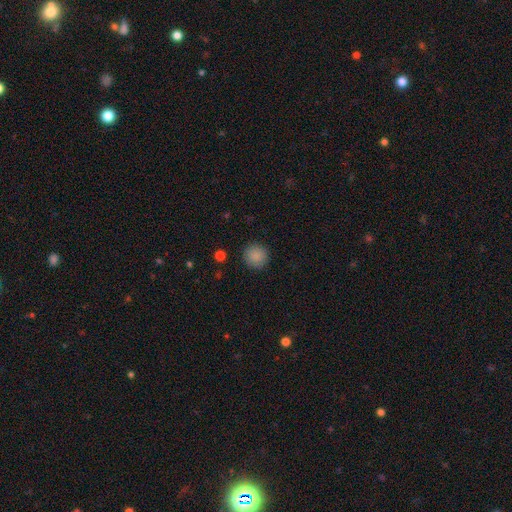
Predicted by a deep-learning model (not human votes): Smooth or featured: smooth — 88% (star or artifact — 9%)
How rounded: round — 95% (in between — 4%)
Merging: none — 91% (minor disturbance — 5%)